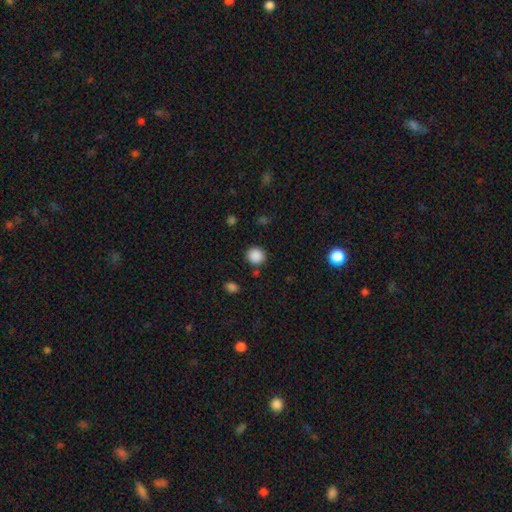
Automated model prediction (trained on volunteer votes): This appears to be a smooth galaxy with no disk features (88%) that is round (89%). Merging: none (85%).